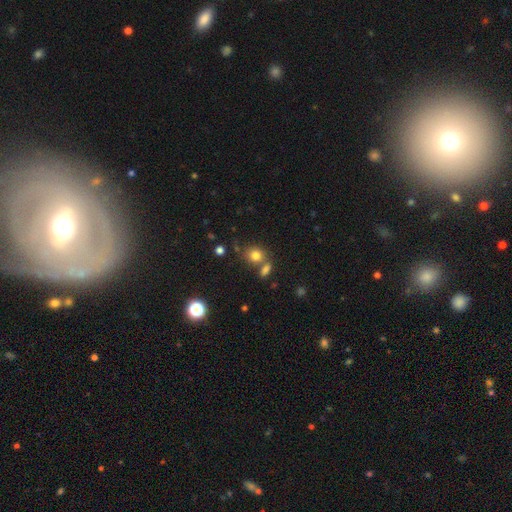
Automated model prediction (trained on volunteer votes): smooth_or_featured: smooth (p=0.79) [alt: star or artifact p=0.13]
how_rounded: round (p=0.68) [alt: in between p=0.31]
merging: none (p=0.57) [alt: merger p=0.27]